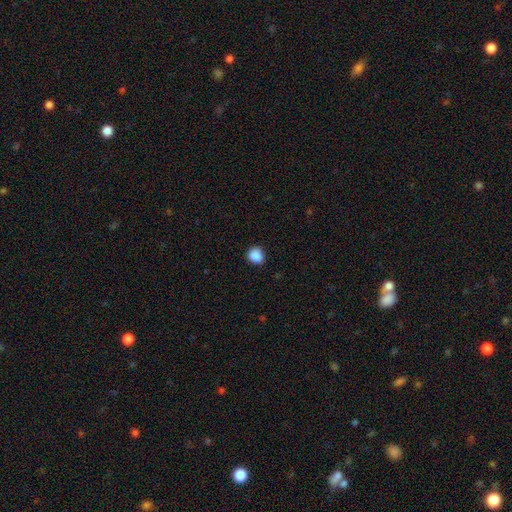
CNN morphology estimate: The model was most divided on "how rounded": round: 78%, in between: 21%, cigar-shaped: 1%. More confident: smooth or featured — smooth (88%); merging — none (87%).